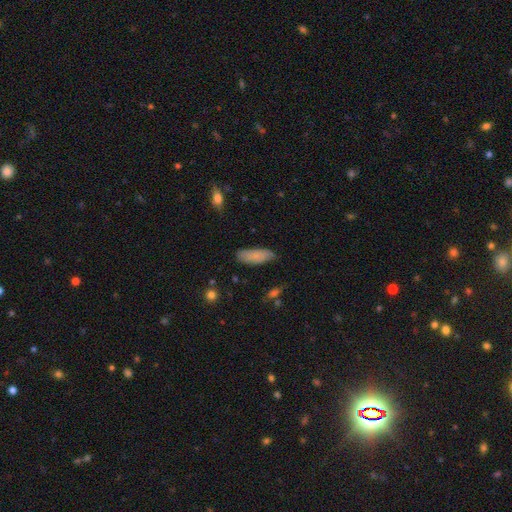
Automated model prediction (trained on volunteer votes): Smooth or featured: smooth — 80% (featured or disk — 14%)
How rounded: in between — 70% (cigar-shaped — 28%)
Merging: none — 73% (minor disturbance — 21%)